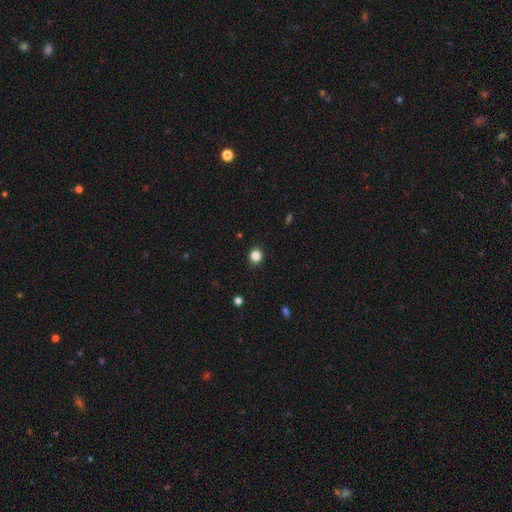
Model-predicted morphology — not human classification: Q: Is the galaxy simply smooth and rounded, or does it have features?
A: smooth — 85%.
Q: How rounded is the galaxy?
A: round — 81%.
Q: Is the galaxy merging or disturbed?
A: none — 90%.